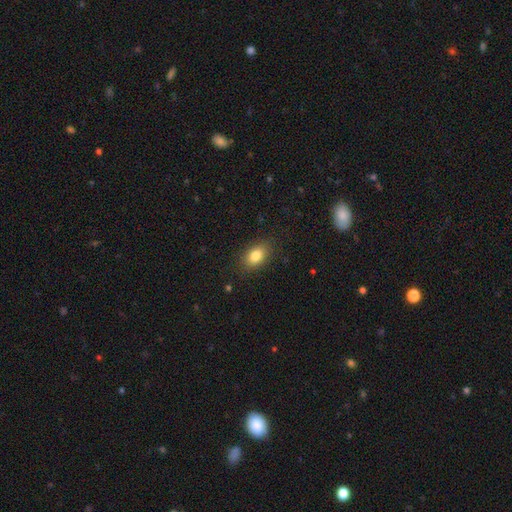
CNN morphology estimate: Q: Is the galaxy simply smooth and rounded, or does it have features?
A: smooth — 83%.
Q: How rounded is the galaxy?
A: in between — 86%.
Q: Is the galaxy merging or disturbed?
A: none — 85%.